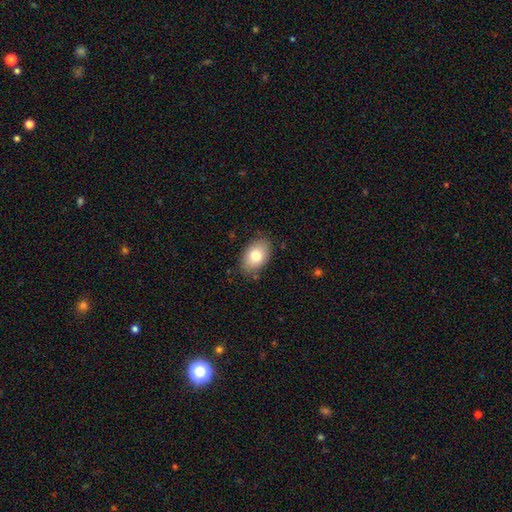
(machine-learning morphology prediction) smooth_or_featured: smooth (p=0.78) [alt: featured or disk p=0.14]
how_rounded: in between (p=0.87) [alt: round p=0.12]
merging: none (p=0.83) [alt: minor disturbance p=0.13]